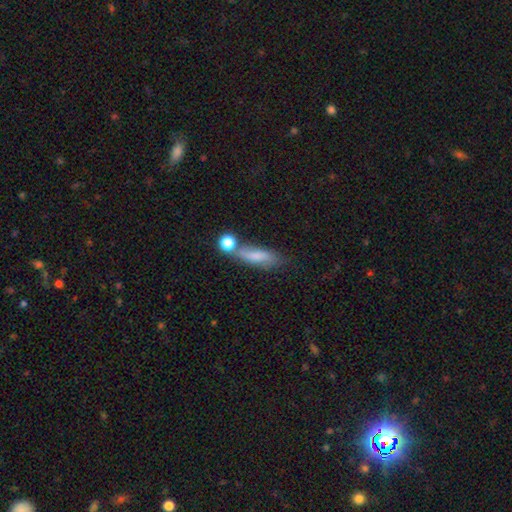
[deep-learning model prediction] Q: Smooth or featured?
A: smooth (71%); runner-up: featured or disk (20%)
Q: How rounded?
A: in between (48%); runner-up: cigar-shaped (46%)
Q: Merging?
A: none (50%); runner-up: merger (20%)